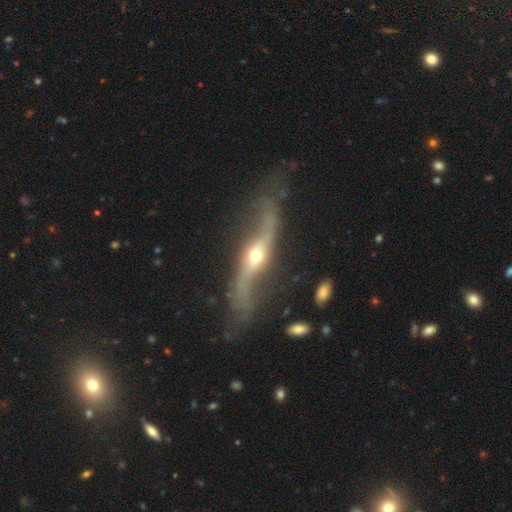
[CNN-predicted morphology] Overall: featured or disk (86%). Edge-on disk: no (70%; yes 30%). Bar: no (47%; strong 27%). Spiral arms: yes (90%). Spiral arm count: 2 (92%). Spiral winding: loose (90%). Bulge size: moderate (50%; small 44%). Merging: none (59%; minor disturbance 22%).